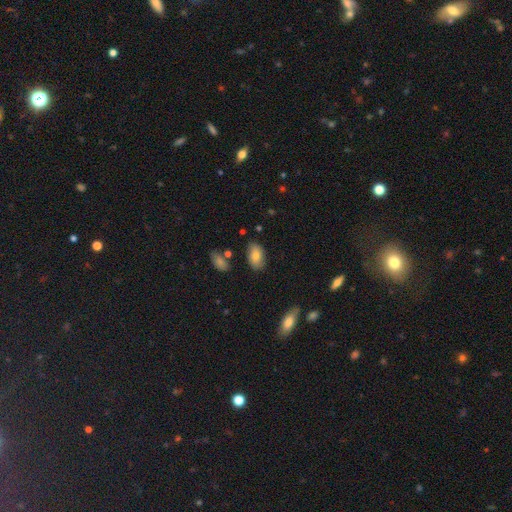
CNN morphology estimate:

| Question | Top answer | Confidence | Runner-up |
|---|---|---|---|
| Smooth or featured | smooth | 79% | featured or disk (13%) |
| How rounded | in between | 93% | round (6%) |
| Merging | none | 79% | minor disturbance (15%) |